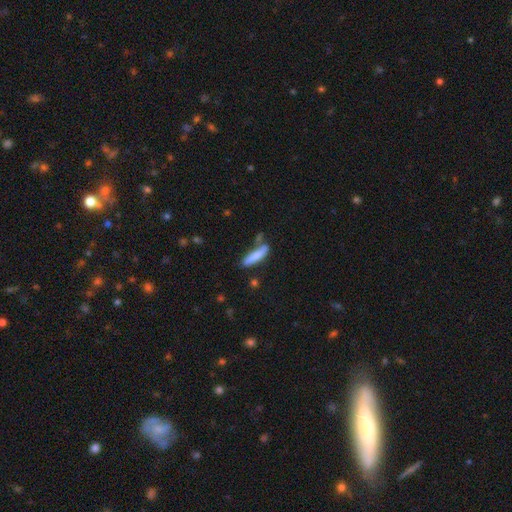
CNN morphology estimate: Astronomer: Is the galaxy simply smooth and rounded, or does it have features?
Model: smooth — 78%.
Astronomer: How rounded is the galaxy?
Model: cigar-shaped — 83%.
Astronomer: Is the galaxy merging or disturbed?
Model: none — 62%.